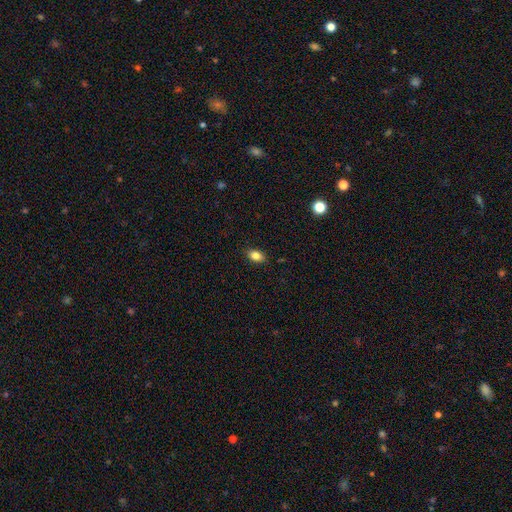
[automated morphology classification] A smooth galaxy with no disk features (84%) that is in between round and cigar-shaped (87%).

Vote fractions:
- Smooth or featured? smooth: 84% / star or artifact: 9% / featured or disk: 7%
- How rounded? in between: 87% / round: 11% / cigar-shaped: 2%
- Merging? none: 88% / minor disturbance: 9% / major disturbance: 2% / merger: 1%